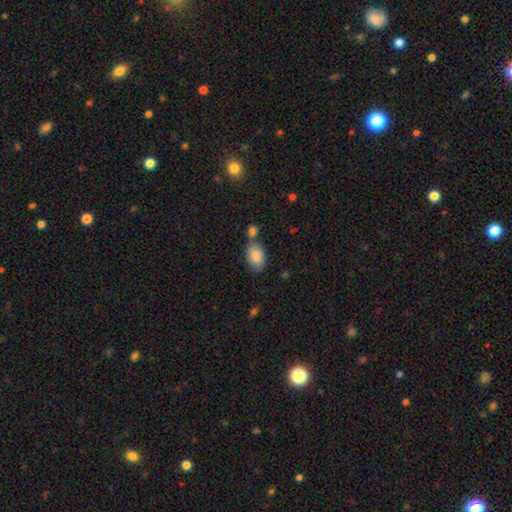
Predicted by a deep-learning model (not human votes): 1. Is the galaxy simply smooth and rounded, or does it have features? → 86% smooth, 7% featured or disk, 7% star or artifact.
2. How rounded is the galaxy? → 91% in between, 7% round, 2% cigar-shaped.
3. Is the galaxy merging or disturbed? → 58% none, 23% merger, 15% minor disturbance, 4% major disturbance.